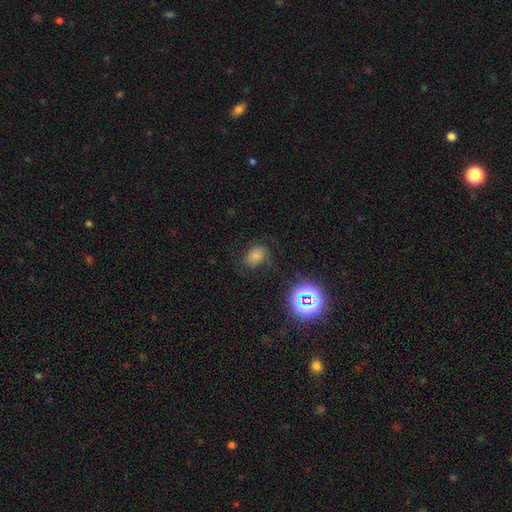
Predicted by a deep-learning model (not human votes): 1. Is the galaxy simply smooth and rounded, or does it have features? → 60% smooth, 28% star or artifact, 12% featured or disk.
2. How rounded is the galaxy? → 68% in between, 30% round, 1% cigar-shaped.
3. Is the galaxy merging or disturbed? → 71% none, 19% minor disturbance, 8% major disturbance, 2% merger.